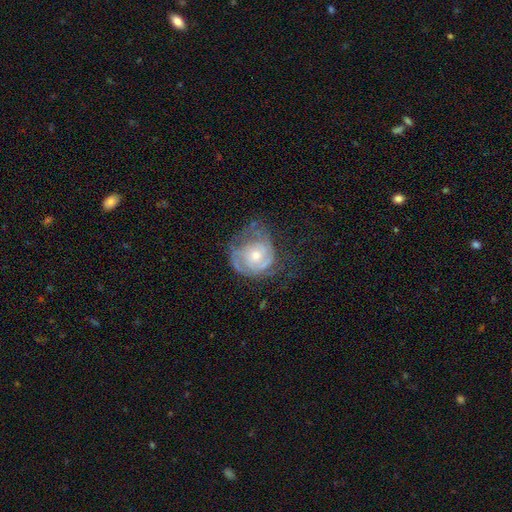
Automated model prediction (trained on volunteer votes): Overall: featured or disk (75%). Edge-on disk: no (97%). Bar: no (78%). Spiral arms: yes (87%). Spiral arm count: can't tell (37%; 2 33%). Spiral winding: tight (62%; medium 29%). Bulge size: moderate (52%; small 42%). Merging: none (50%; minor disturbance 27%).